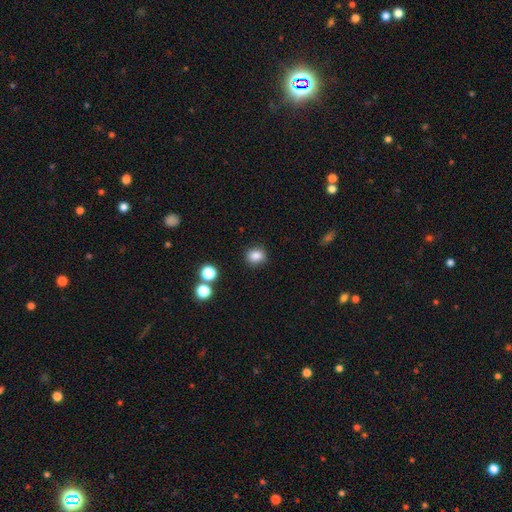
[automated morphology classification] Q: Smooth or featured?
A: smooth (85%); runner-up: star or artifact (11%)
Q: How rounded?
A: round (74%); runner-up: in between (25%)
Q: Merging?
A: none (87%); runner-up: minor disturbance (9%)